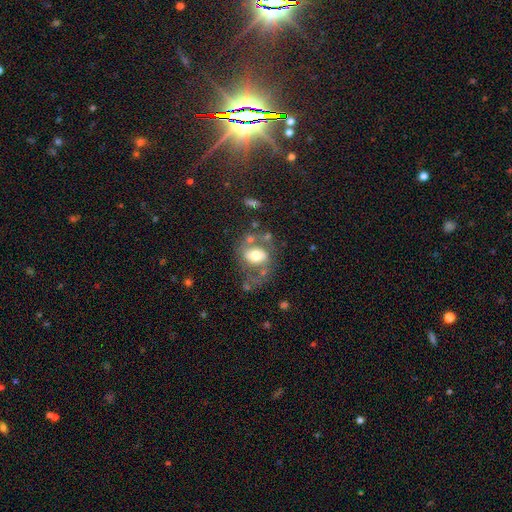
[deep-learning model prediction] Smooth or featured? featured or disk (51%)
Edge-on disk? no (95%)
Merging? none (49%)